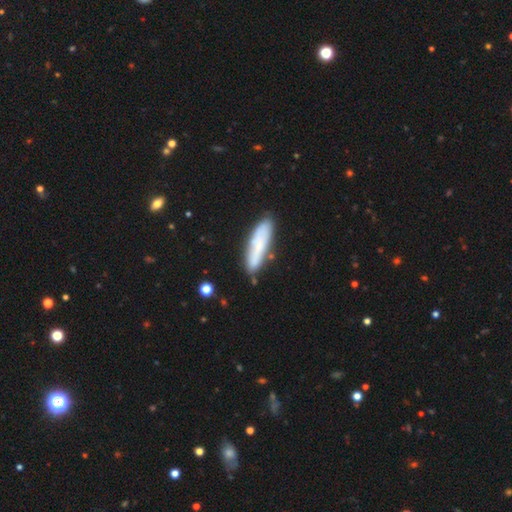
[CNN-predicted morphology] A smooth galaxy with no disk features (68%) that is cigar-shaped (66%). Merging: none (70%).